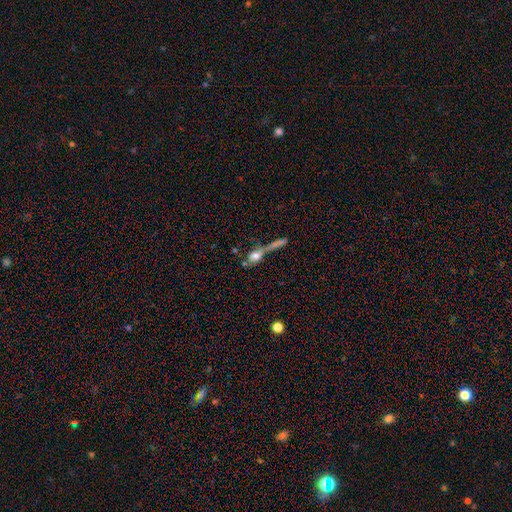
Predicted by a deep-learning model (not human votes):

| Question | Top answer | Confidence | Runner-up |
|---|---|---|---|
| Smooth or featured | smooth | 59% | featured or disk (27%) |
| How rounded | in between | 45% | cigar-shaped (30%) |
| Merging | merger | 41% | none (32%) |